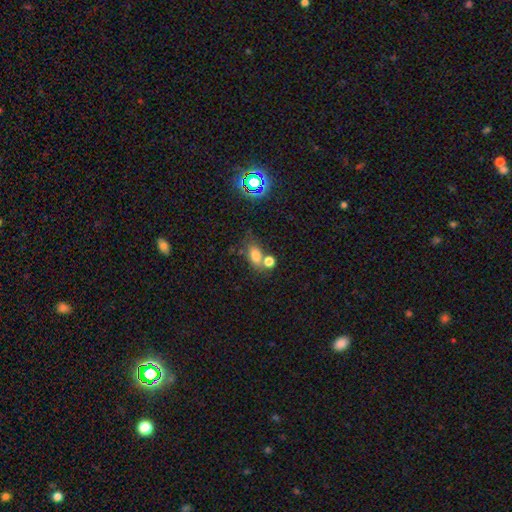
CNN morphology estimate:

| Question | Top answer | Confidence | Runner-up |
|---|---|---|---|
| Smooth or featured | smooth | 74% | star or artifact (16%) |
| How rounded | in between | 74% | round (23%) |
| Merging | none | 48% | merger (33%) |